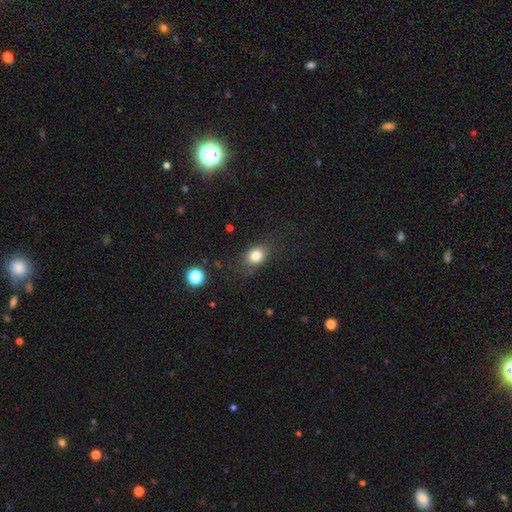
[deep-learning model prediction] Morphology: type=smooth (82%); roundness=in between (55%); merging=none (76%).